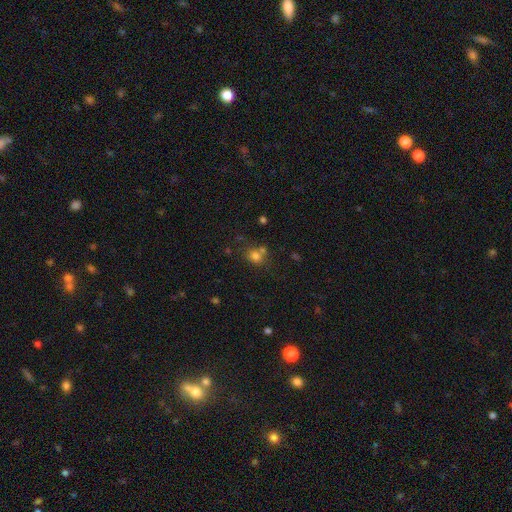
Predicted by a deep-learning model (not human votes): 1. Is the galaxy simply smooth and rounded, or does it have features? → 75% smooth, 16% star or artifact, 9% featured or disk.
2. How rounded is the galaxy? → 63% round, 36% in between, 1% cigar-shaped.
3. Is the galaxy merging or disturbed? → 55% none, 29% merger, 12% minor disturbance, 5% major disturbance.